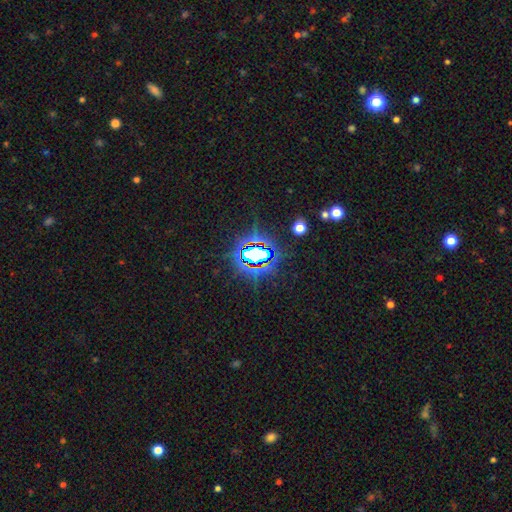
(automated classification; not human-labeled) This appears to be a star or artifact, not a galaxy (76%).